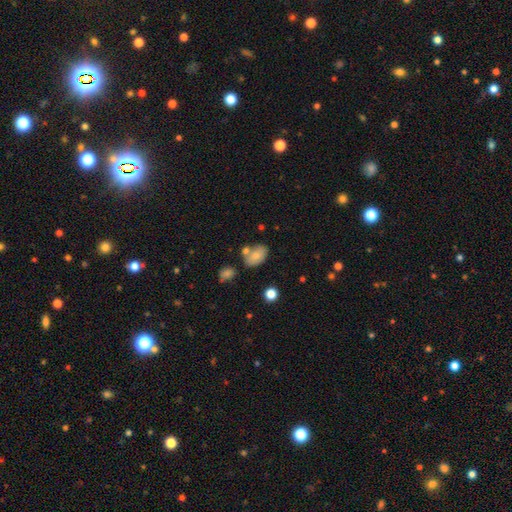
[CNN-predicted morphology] Smooth or featured? Predicted: smooth (p=0.76). How rounded? Predicted: in between (p=0.86). Merging? Predicted: none (p=0.57).